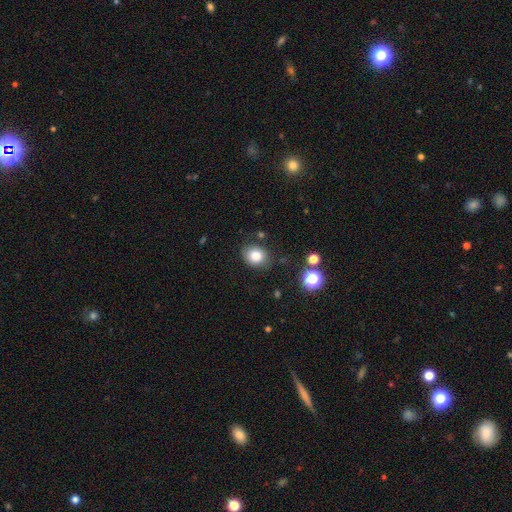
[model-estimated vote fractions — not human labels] smooth-or-featured: smooth: 83% | star or artifact: 11% | featured or disk: 6%
  how-rounded: round: 65% | in between: 34% | cigar-shaped: 1%
  merging: none: 80% | minor disturbance: 13% | major disturbance: 4% | merger: 2%